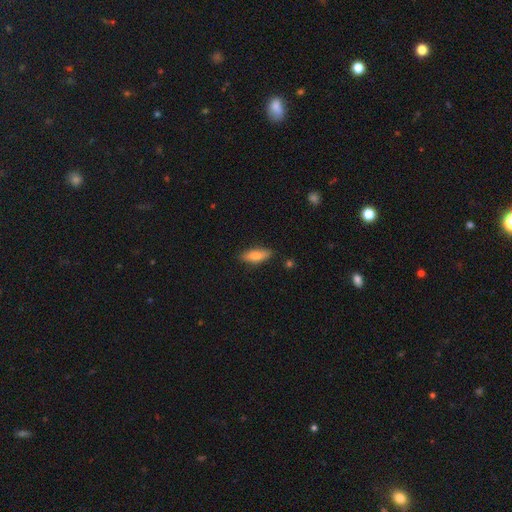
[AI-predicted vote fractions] smooth-or-featured: smooth: 77% | featured or disk: 17% | star or artifact: 6%
  how-rounded: in between: 66% | cigar-shaped: 31% | round: 2%
  merging: none: 81% | minor disturbance: 15% | major disturbance: 3% | merger: 1%